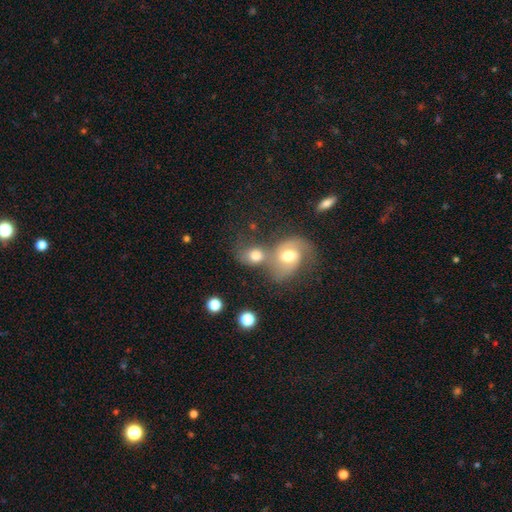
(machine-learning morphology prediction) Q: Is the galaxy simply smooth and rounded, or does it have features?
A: smooth — 52%.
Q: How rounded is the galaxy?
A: round — 52%.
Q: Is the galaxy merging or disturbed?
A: merger — 60%.